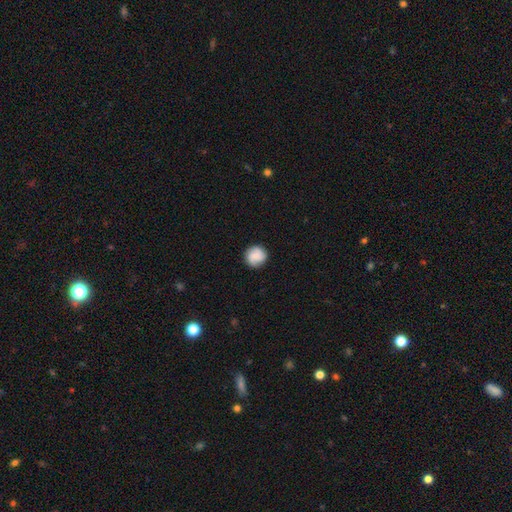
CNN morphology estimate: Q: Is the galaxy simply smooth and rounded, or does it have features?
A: smooth — 65%.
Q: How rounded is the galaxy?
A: round — 92%.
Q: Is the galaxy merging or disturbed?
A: none — 85%.